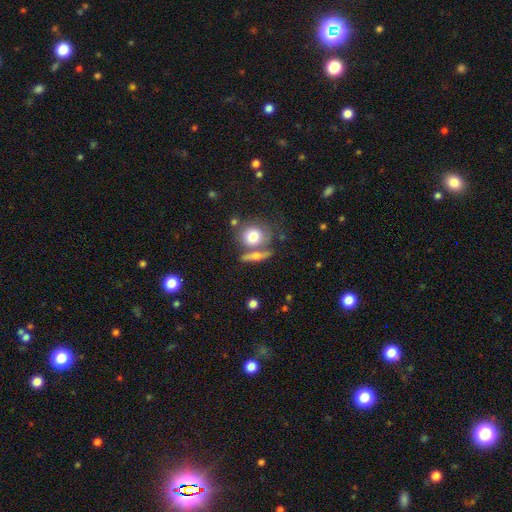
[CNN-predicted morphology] smooth 61%, featured or disk 29%, star or artifact 9%. Down the decision tree: how rounded — round (46%); merging — none (58%).